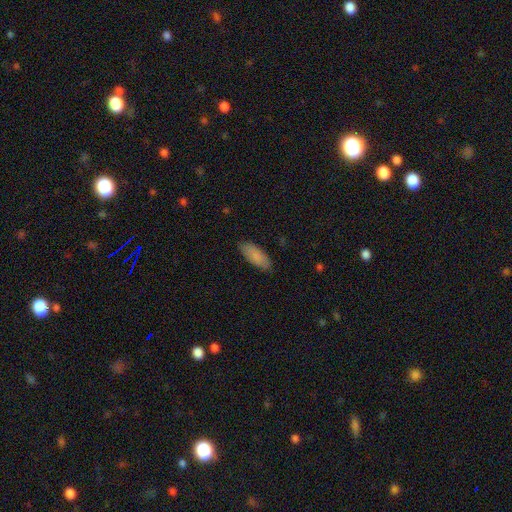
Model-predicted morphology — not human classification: smooth 85%, featured or disk 9%, star or artifact 6%. Down the decision tree: how rounded — in between (75%); merging — none (84%).